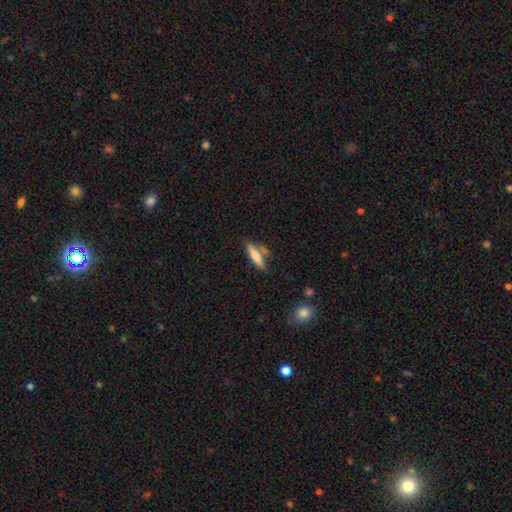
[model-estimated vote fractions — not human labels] Overall: smooth (74%). How rounded: cigar-shaped (74%). Merging: none (61%).